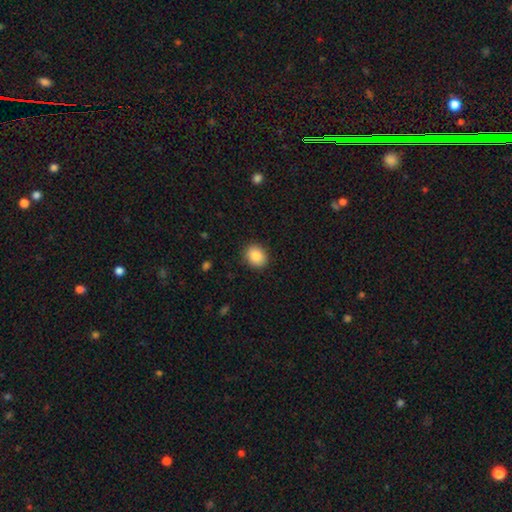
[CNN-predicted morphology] Smooth or featured?
  - smooth: 88% *
  - star or artifact: 8%
  - featured or disk: 4%
How rounded?
  - round: 58% *
  - in between: 41%
  - cigar-shaped: 1%
Merging?
  - none: 89% *
  - minor disturbance: 8%
  - major disturbance: 2%
  - merger: 1%